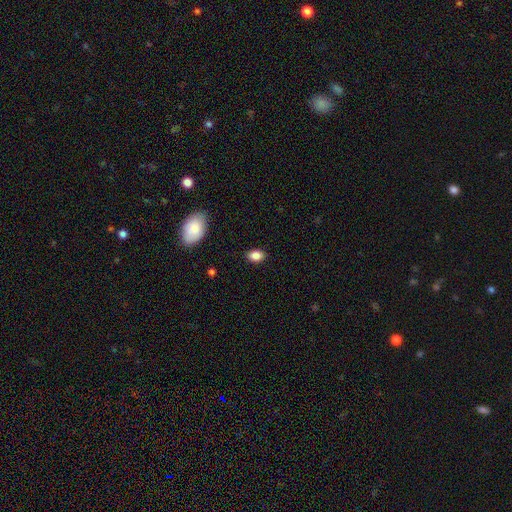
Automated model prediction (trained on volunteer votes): smooth 85%, star or artifact 9%, featured or disk 6%. Down the decision tree: how rounded — in between (82%); merging — none (86%).